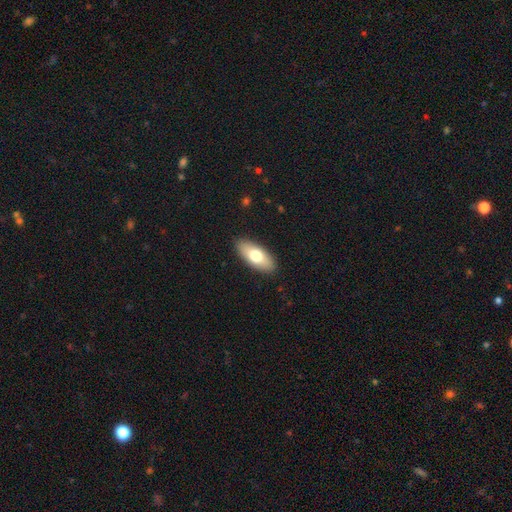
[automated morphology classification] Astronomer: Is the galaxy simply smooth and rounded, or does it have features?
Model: smooth — 72%.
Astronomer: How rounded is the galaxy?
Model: in between — 85%.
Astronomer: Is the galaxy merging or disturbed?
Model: none — 89%.